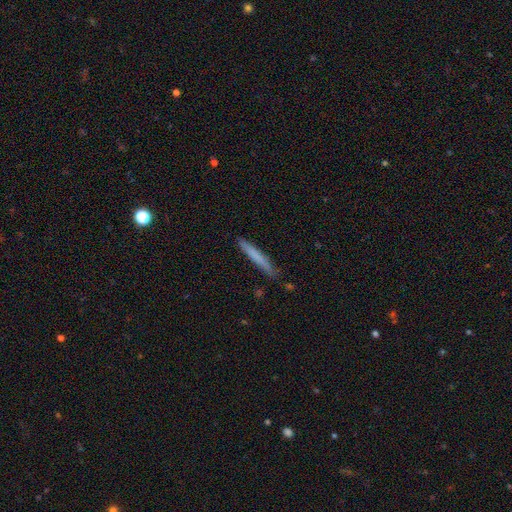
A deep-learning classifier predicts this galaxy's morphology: Overall: smooth (71%). How rounded: cigar-shaped (96%). Merging: none (85%).